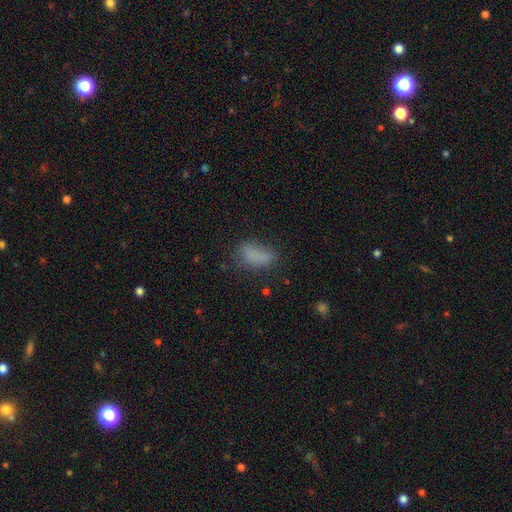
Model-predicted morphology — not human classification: A smooth galaxy with no disk features (79%) that is in between round and cigar-shaped (86%).

Vote fractions:
- Smooth or featured? smooth: 79% / star or artifact: 11% / featured or disk: 9%
- How rounded? in between: 86% / cigar-shaped: 10% / round: 5%
- Merging? none: 56% / minor disturbance: 27% / major disturbance: 14% / merger: 4%